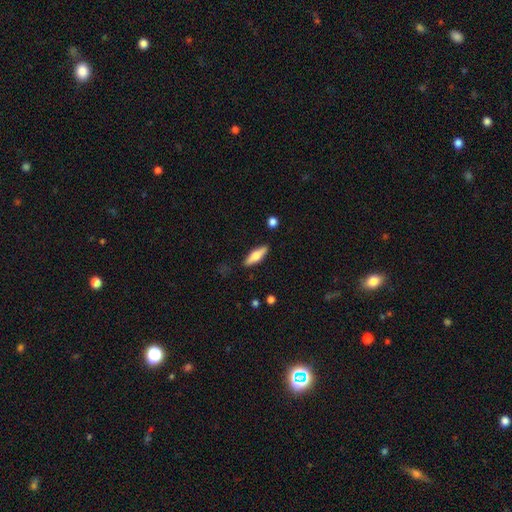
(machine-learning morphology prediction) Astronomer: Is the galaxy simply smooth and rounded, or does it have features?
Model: smooth — 58% (runner-up: featured or disk, 36%).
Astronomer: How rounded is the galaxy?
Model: cigar-shaped — 52% (runner-up: in between, 46%).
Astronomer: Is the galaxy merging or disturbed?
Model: none — 87%.